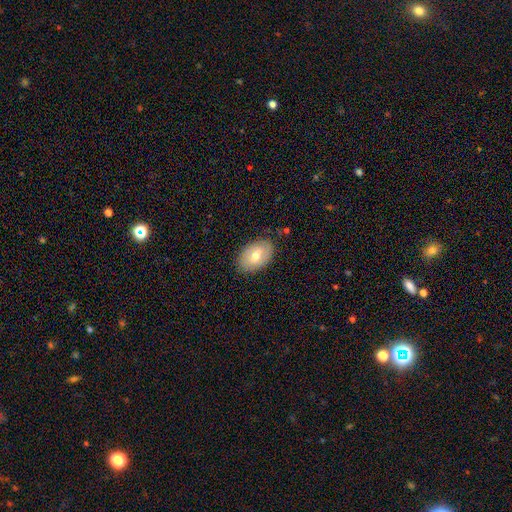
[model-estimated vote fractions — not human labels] Morphology: type=smooth (65%); roundness=in between (88%); merging=none (82%).